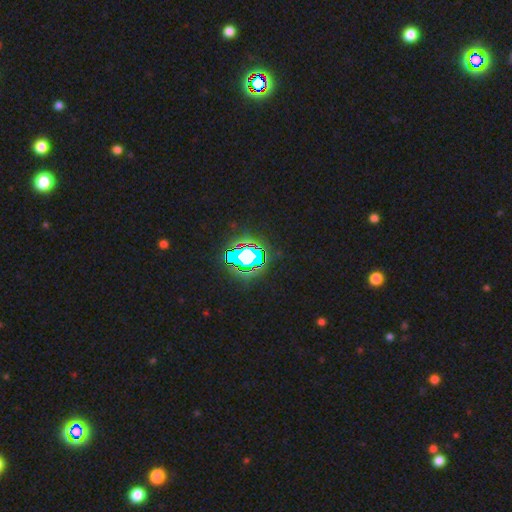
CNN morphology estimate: star or artifact 80%, smooth 12%, featured or disk 8%.